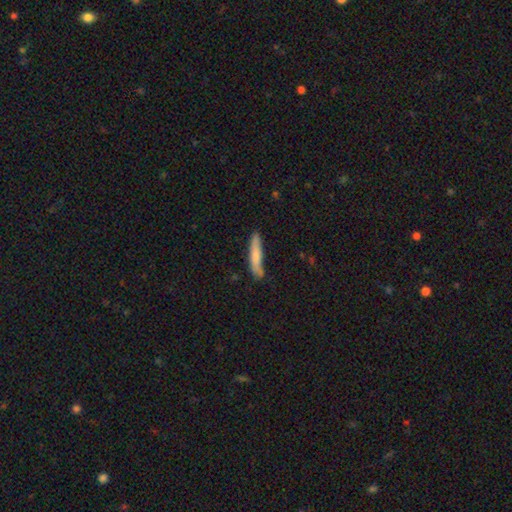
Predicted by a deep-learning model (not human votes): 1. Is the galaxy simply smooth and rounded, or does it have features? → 74% smooth, 20% featured or disk, 6% star or artifact.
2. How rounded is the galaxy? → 91% cigar-shaped, 8% in between, 1% round.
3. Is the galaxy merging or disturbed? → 76% none, 18% minor disturbance, 3% major disturbance, 3% merger.